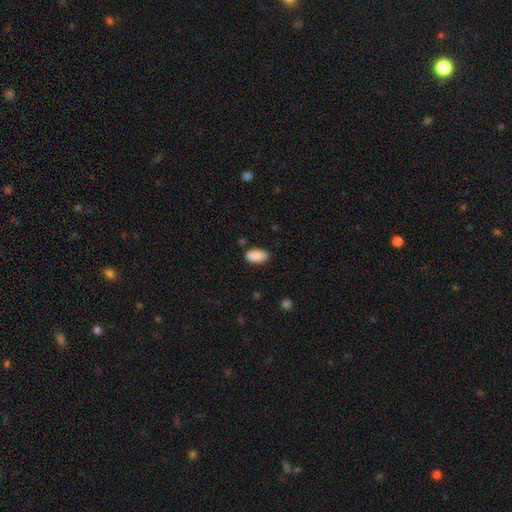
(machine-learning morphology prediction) A smooth galaxy with no disk features (89%) that is in between round and cigar-shaped (94%). Merging: none (80%).